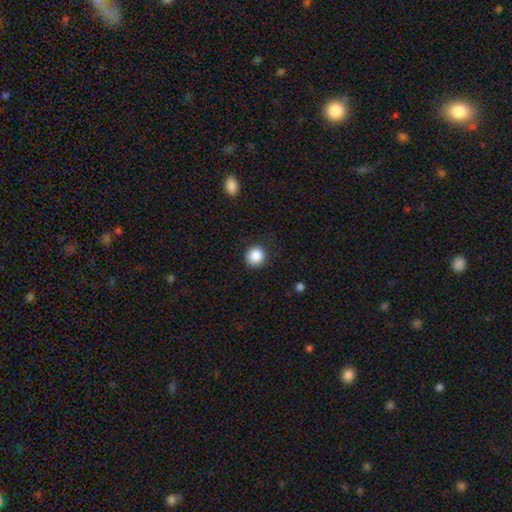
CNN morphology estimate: A smooth galaxy with no disk features (86%) that is round (92%).

Vote fractions:
- Smooth or featured? smooth: 86% / star or artifact: 10% / featured or disk: 4%
- How rounded? round: 92% / in between: 7% / cigar-shaped: 1%
- Merging? none: 87% / minor disturbance: 9% / major disturbance: 3% / merger: 1%